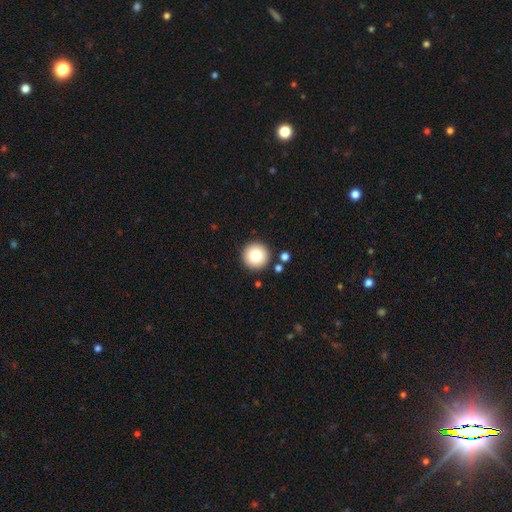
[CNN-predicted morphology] type=smooth (80%); roundness=round (97%); merging=none (89%).